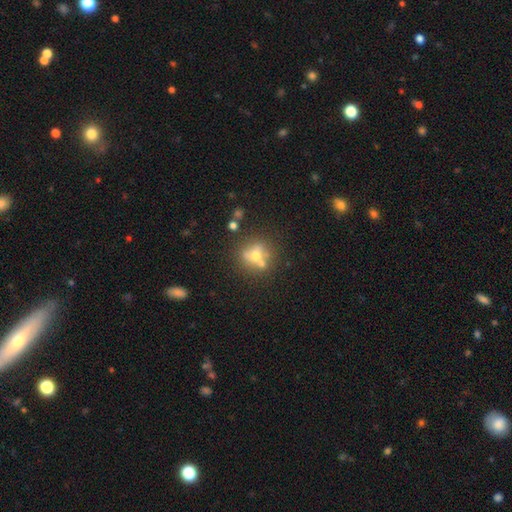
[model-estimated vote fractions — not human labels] This appears to be a smooth galaxy with no disk features (51%) that is round (80%). Merging: none (60%).